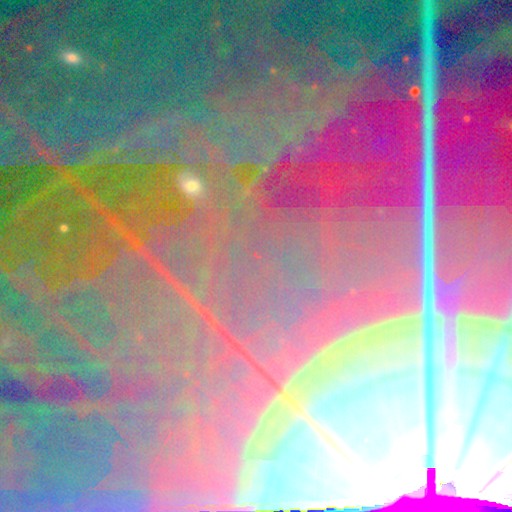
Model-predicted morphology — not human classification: Overall: star or artifact (81%).